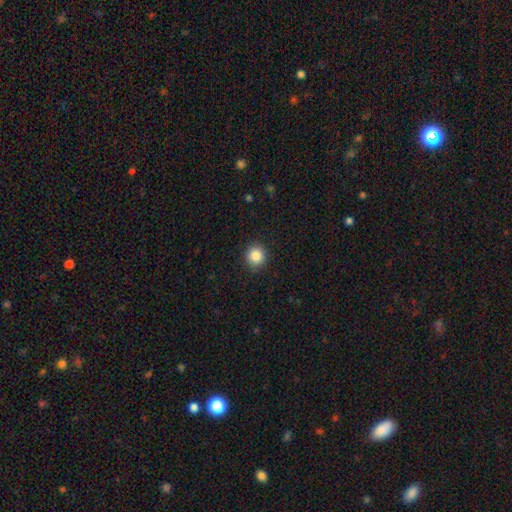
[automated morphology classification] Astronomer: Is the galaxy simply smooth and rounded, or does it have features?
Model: smooth — 86%.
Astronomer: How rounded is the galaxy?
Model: round — 92%.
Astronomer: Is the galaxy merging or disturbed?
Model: none — 91%.